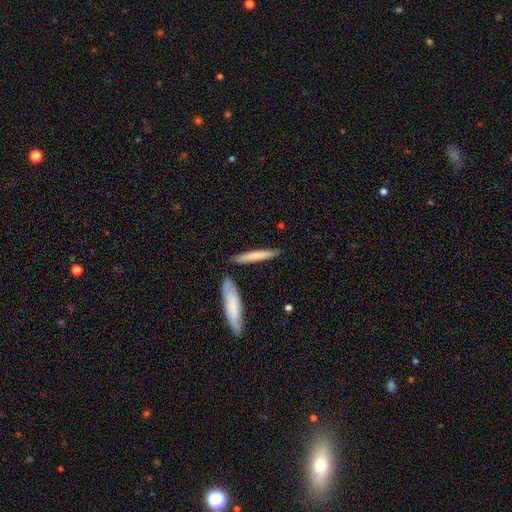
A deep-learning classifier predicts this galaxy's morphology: This is likely a smooth galaxy (70%). How rounded: clearly cigar-shaped (91%). Merging: likely none (79%).